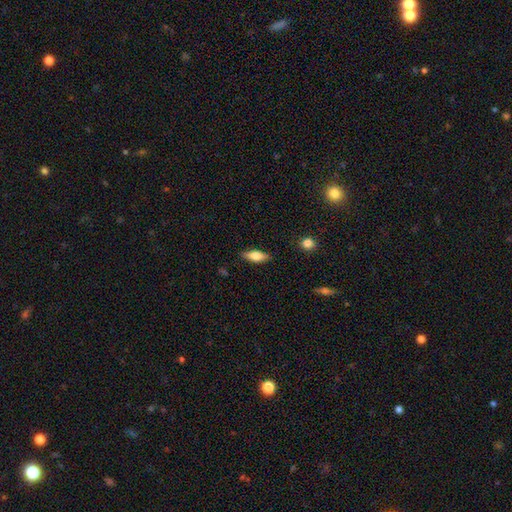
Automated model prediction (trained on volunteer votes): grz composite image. It shows a smooth galaxy with no disk features (63%) that is in between round and cigar-shaped (65%). Merging: none (86%).